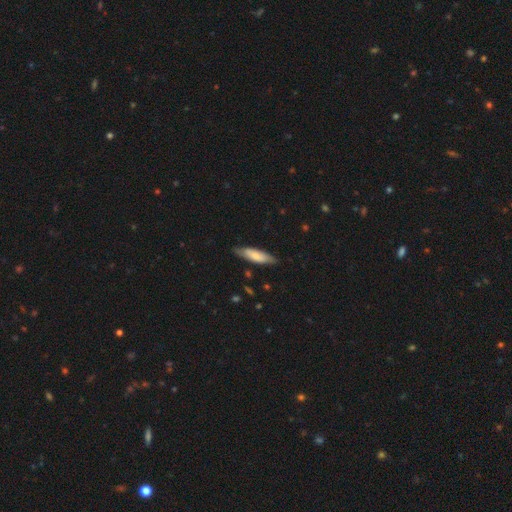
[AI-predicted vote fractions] This is likely a smooth galaxy (70%). How rounded: possibly cigar-shaped (59%). Merging: likely none (79%).